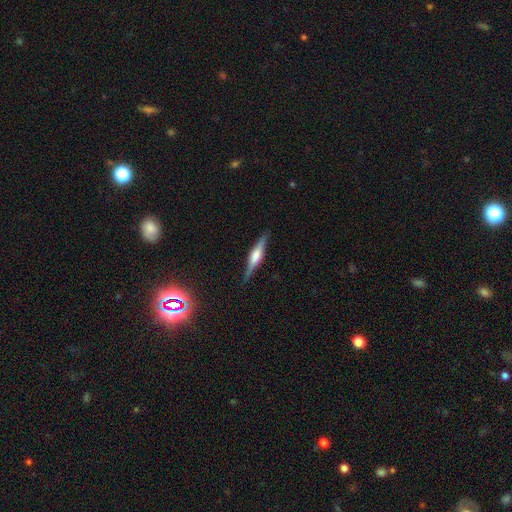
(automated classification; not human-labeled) smooth_or_featured: featured or disk (p=0.70) [alt: smooth p=0.24]
disk_edge_on: yes (p=0.97) [alt: no p=0.03]
edge_on_bulge: rounded (p=0.70) [alt: boxy p=0.25]
merging: none (p=0.87) [alt: minor disturbance p=0.09]